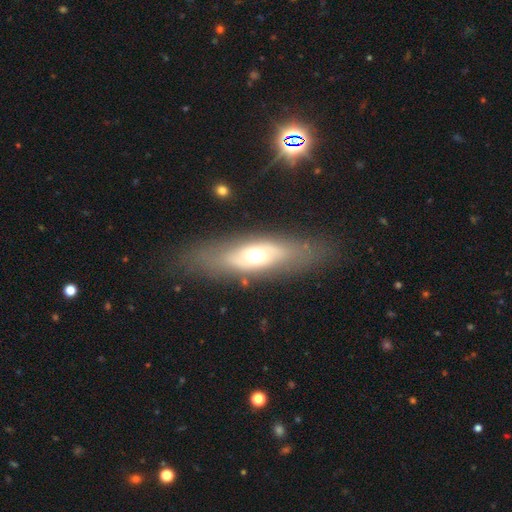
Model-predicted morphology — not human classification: The model was most divided on "smooth or featured" (2-way tie): featured or disk: 46%, smooth: 46%, star or artifact: 8%. More confident: merging — none (75%).